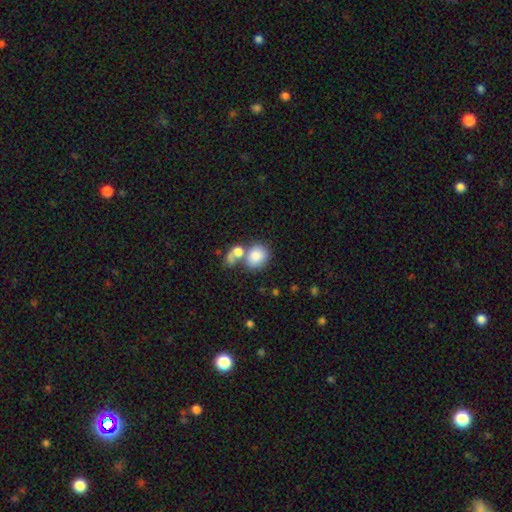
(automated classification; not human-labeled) Q: Smooth or featured?
A: smooth (82%); runner-up: featured or disk (11%)
Q: How rounded?
A: round (62%); runner-up: in between (37%)
Q: Merging?
A: merger (45%); runner-up: none (37%)